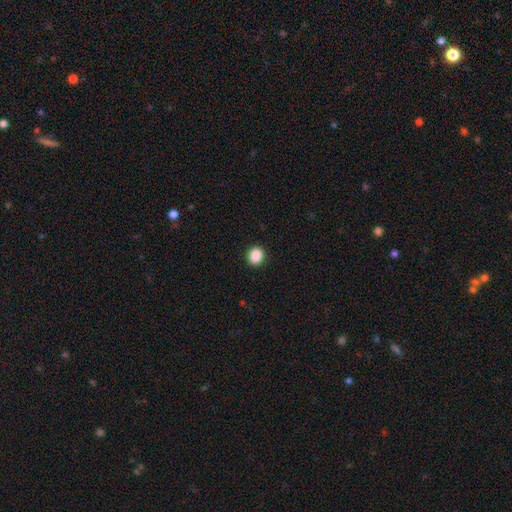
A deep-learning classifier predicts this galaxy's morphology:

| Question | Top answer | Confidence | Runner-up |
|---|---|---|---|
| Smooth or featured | smooth | 89% | star or artifact (9%) |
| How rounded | round | 73% | in between (26%) |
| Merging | none | 91% | minor disturbance (6%) |